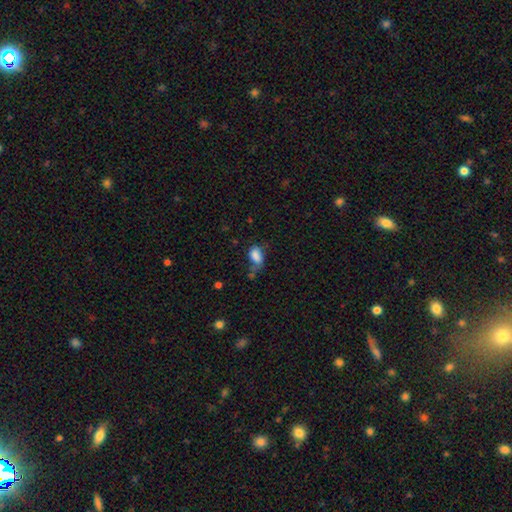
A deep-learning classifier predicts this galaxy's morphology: A smooth galaxy with no disk features (81%) that is in between round and cigar-shaped (87%). Merging: none (39%).